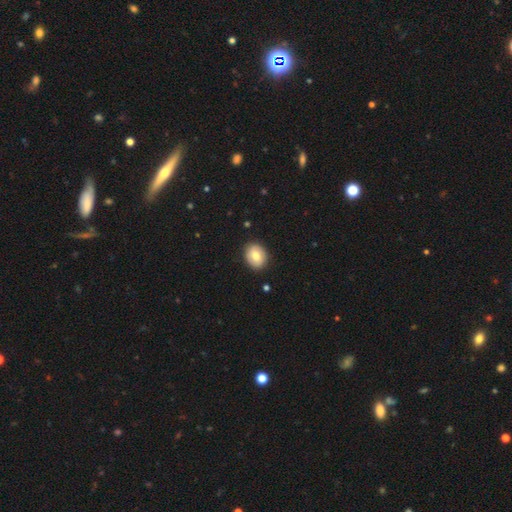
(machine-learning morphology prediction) smooth_or_featured: smooth (p=0.74) [alt: featured or disk p=0.18]
how_rounded: round (p=0.54) [alt: in between p=0.45]
merging: none (p=0.89) [alt: minor disturbance p=0.08]